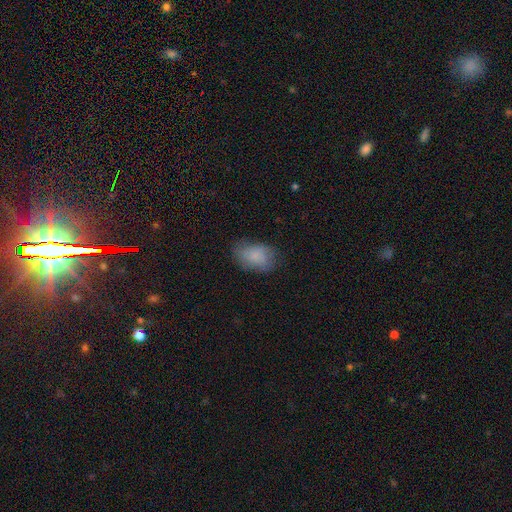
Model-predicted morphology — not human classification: smooth-or-featured: smooth: 80% | featured or disk: 12% | star or artifact: 8%
  how-rounded: in between: 85% | round: 13% | cigar-shaped: 1%
  merging: none: 67% | minor disturbance: 24% | major disturbance: 8% | merger: 1%